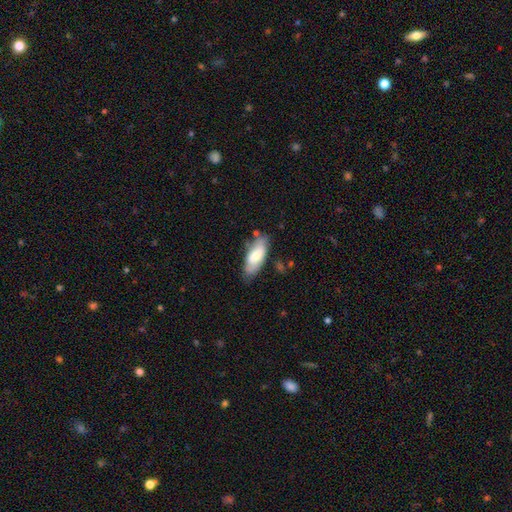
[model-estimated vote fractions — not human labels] Overall: smooth (65%; featured or disk 29%). How rounded: in between (79%). Merging: none (70%).